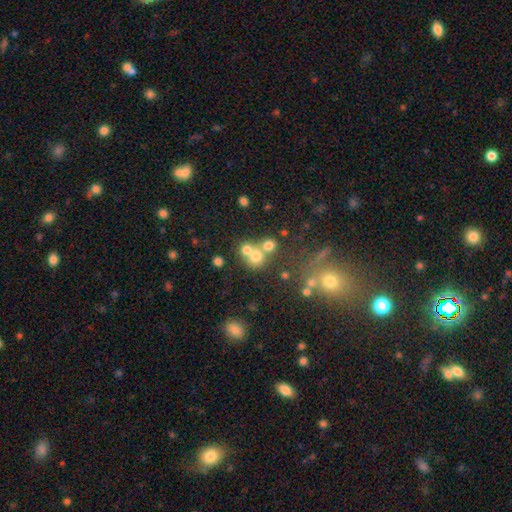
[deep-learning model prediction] This is likely a smooth galaxy (64%). How rounded: clearly round (84%). Merging: marginally none (44%).